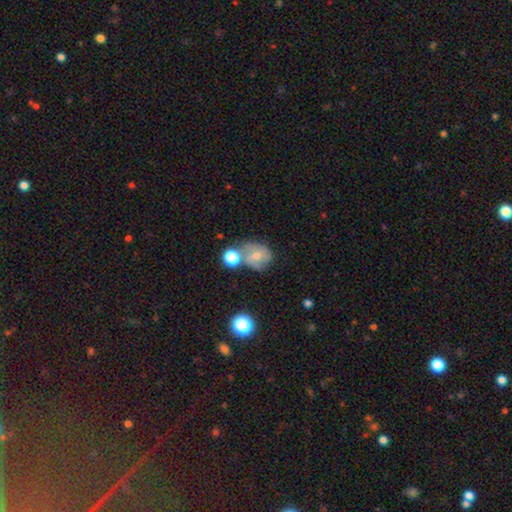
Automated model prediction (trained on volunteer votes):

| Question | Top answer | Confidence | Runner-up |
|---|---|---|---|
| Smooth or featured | smooth | 46% | featured or disk (42%) |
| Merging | none | 40% | merger (32%) |